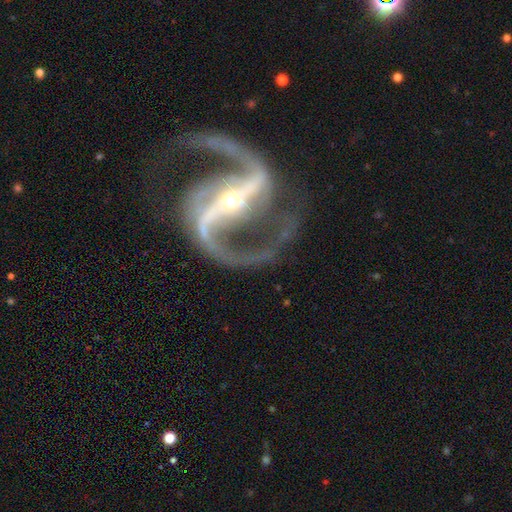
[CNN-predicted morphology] This is clearly a featured or disk galaxy (94%). It is clearly not viewed edge-on (98%). Bar: likely strong (76%). Spiral arm pattern: clearly yes (99%). Spiral arm count: clearly 2 (95%). Spiral winding: possibly medium (59%). Central bulge: likely small (77%). Merging: likely none (79%).